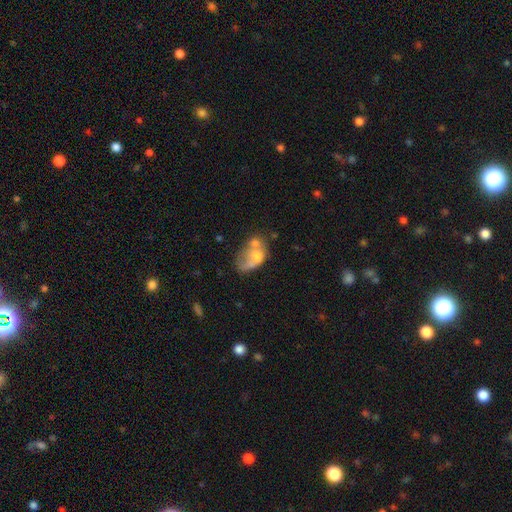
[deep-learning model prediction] Smooth or featured? smooth (47%)
Merging? merger (37%)